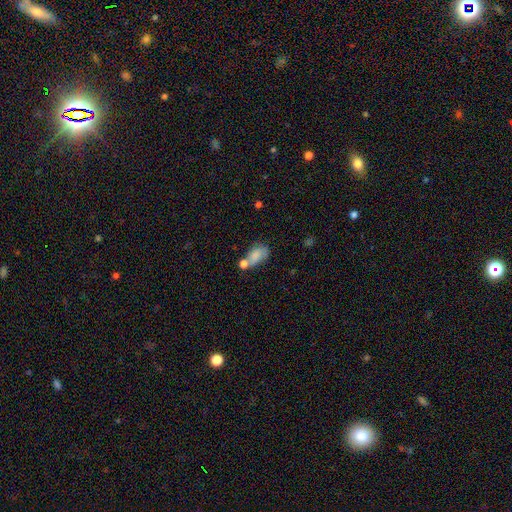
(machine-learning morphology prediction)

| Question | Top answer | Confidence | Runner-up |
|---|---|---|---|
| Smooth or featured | smooth | 75% | featured or disk (16%) |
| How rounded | in between | 86% | round (11%) |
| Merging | merger | 41% | none (30%) |